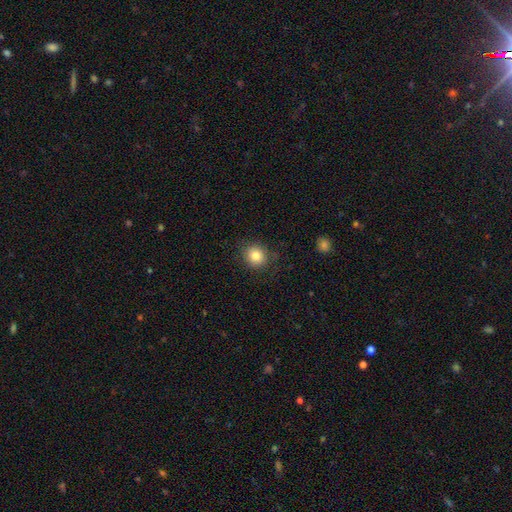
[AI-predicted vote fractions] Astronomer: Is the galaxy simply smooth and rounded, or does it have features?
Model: smooth — 82%.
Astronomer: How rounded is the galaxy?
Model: round — 83%.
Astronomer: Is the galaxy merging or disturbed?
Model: none — 86%.